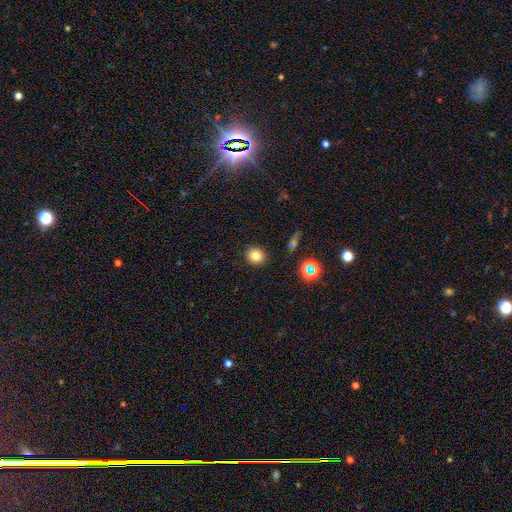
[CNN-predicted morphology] Smooth or featured? Predicted: smooth (p=0.80). How rounded? Predicted: round (p=0.80). Merging? Predicted: none (p=0.90).